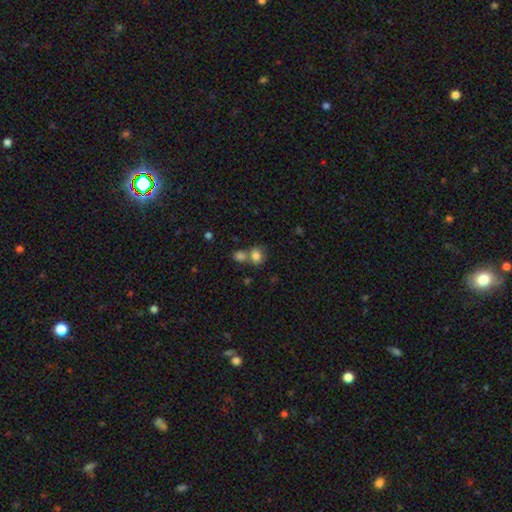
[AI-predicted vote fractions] smooth-or-featured: smooth: 82% | star or artifact: 10% | featured or disk: 8%
  how-rounded: round: 58% | in between: 41% | cigar-shaped: 1%
  merging: merger: 44% | none: 42% | minor disturbance: 10% | major disturbance: 4%